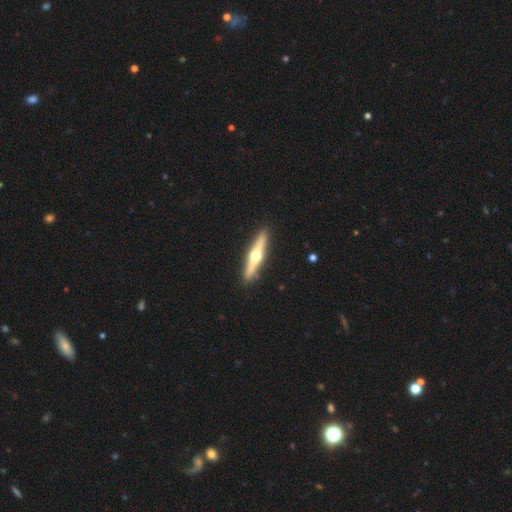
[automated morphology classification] Smooth or featured: featured or disk — 70% (smooth — 25%)
Edge-on disk: yes — 97% (no — 3%)
Edge-on bulge: rounded — 96% (none — 2%)
Merging: none — 92% (minor disturbance — 6%)